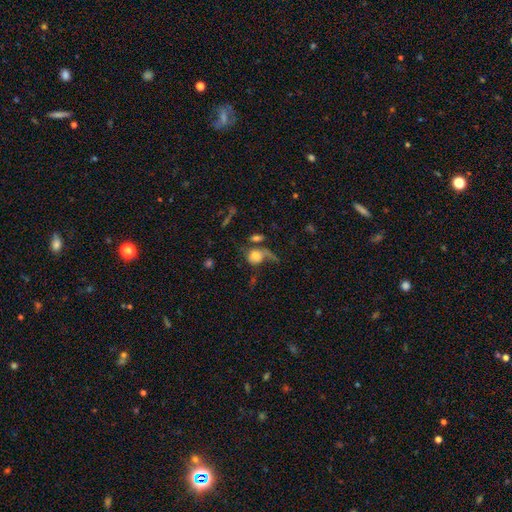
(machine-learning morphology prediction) This is possibly a smooth galaxy (60%). How rounded: likely round (66%). Merging: marginally major disturbance (39%).